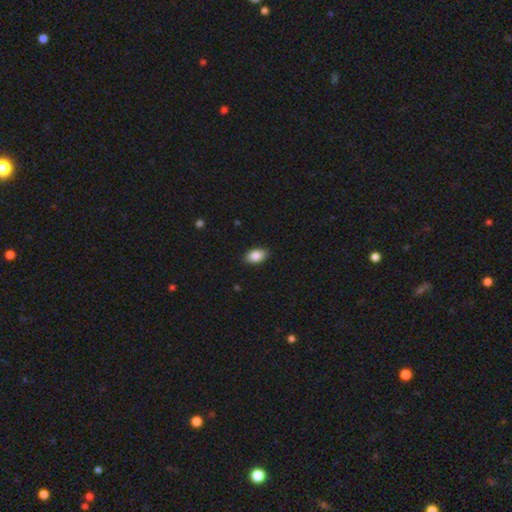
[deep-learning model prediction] smooth-or-featured: smooth: 88% | star or artifact: 7% | featured or disk: 5%
  how-rounded: in between: 89% | round: 9% | cigar-shaped: 2%
  merging: none: 87% | minor disturbance: 10% | major disturbance: 2% | merger: 1%